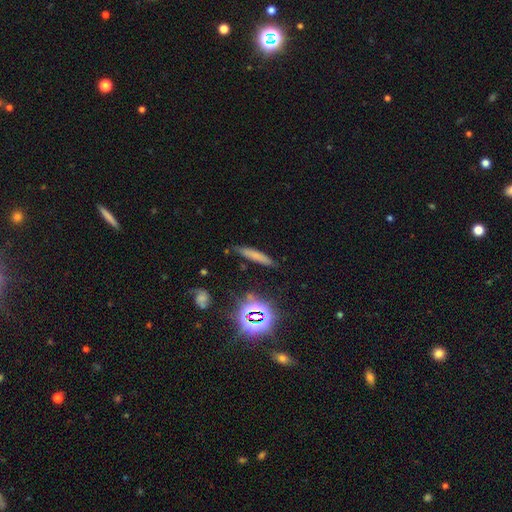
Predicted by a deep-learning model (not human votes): Smooth or featured?
  - smooth: 62% *
  - star or artifact: 20%
  - featured or disk: 17%
How rounded?
  - cigar-shaped: 86% *
  - in between: 11%
  - round: 3%
Merging?
  - none: 79% *
  - minor disturbance: 14%
  - major disturbance: 4%
  - merger: 3%